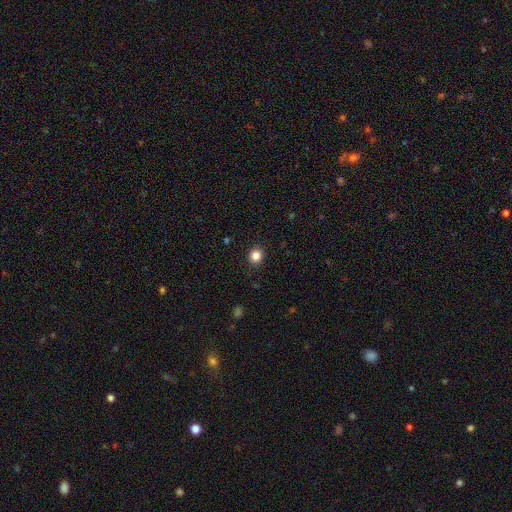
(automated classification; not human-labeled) A smooth galaxy with no disk features (84%) that is round (84%).

Vote fractions:
- Smooth or featured? smooth: 84% / star or artifact: 12% / featured or disk: 4%
- How rounded? round: 84% / in between: 15% / cigar-shaped: 1%
- Merging? none: 91% / minor disturbance: 6% / major disturbance: 2% / merger: 1%